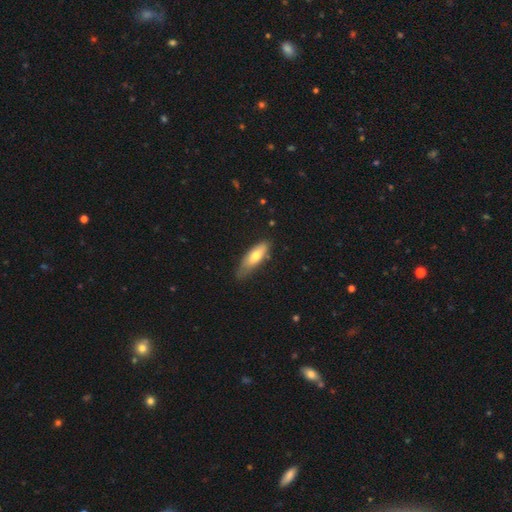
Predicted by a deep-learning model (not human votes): Smooth or featured?
  - smooth: 69% *
  - featured or disk: 25%
  - star or artifact: 6%
How rounded?
  - in between: 61% *
  - cigar-shaped: 37%
  - round: 2%
Merging?
  - none: 60% *
  - minor disturbance: 31%
  - major disturbance: 7%
  - merger: 2%